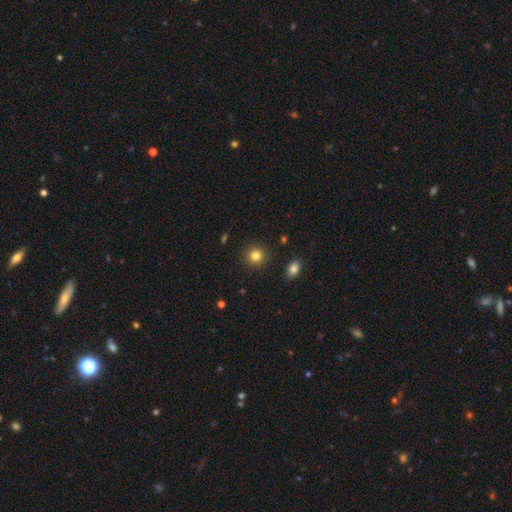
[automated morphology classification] smooth-or-featured: smooth: 83% | star or artifact: 12% | featured or disk: 6%
  how-rounded: round: 91% | in between: 8% | cigar-shaped: 1%
  merging: none: 91% | minor disturbance: 6% | major disturbance: 2% | merger: 2%